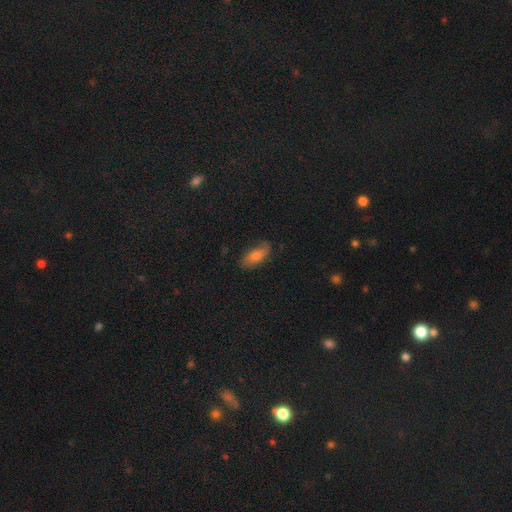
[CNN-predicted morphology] type=smooth (63%); roundness=in between (82%); merging=none (71%).